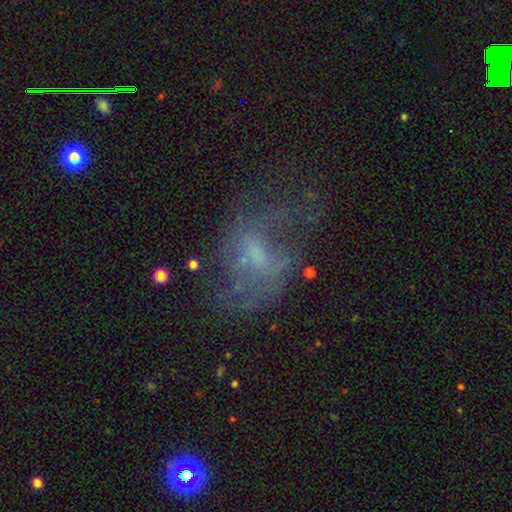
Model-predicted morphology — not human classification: A featured or disk galaxy (57%) with no bar (51%), no spiral arms (52%) and no central bulge (38%). Merging: none (40%).